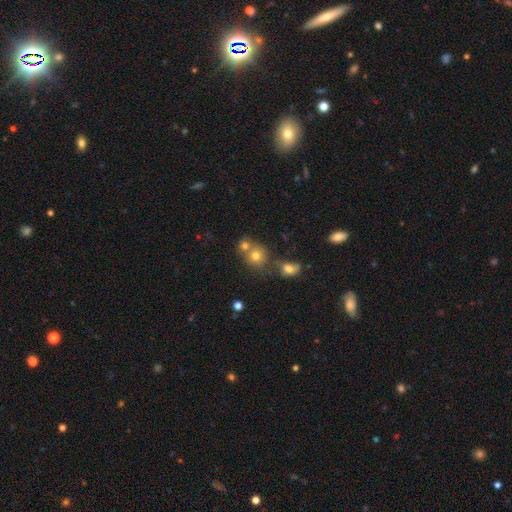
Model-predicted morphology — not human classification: Smooth or featured? Predicted: smooth (p=0.73). How rounded? Predicted: round (p=0.82). Merging? Predicted: none (p=0.51).